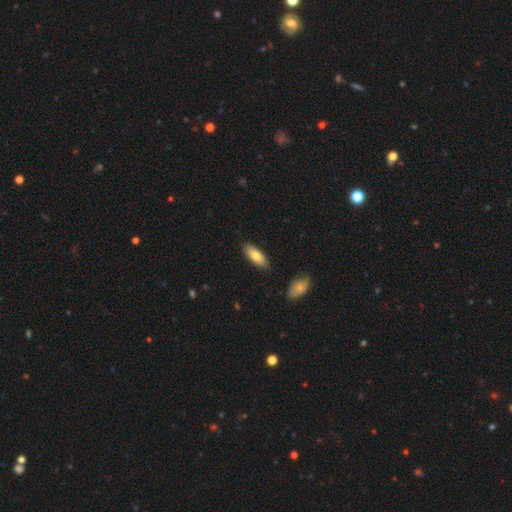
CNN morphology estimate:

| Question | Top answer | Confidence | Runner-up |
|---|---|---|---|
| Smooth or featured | smooth | 78% | featured or disk (17%) |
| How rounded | in between | 71% | cigar-shaped (27%) |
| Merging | none | 87% | minor disturbance (10%) |